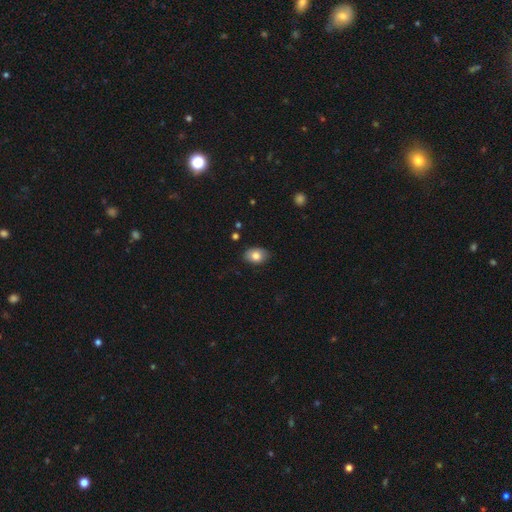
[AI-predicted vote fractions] Q: Smooth or featured?
A: smooth (82%); runner-up: featured or disk (11%)
Q: How rounded?
A: in between (82%); runner-up: round (17%)
Q: Merging?
A: none (84%); runner-up: minor disturbance (13%)